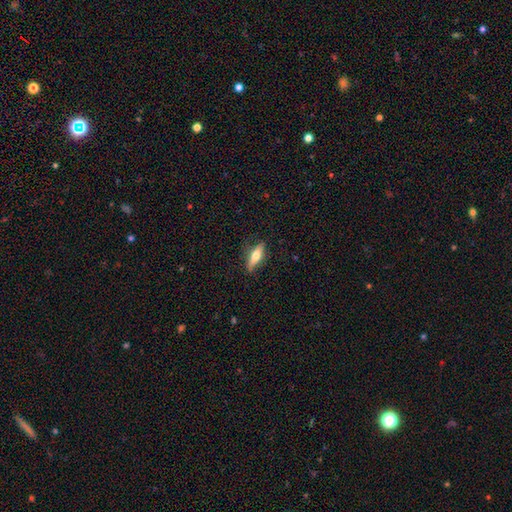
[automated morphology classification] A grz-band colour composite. It shows a smooth galaxy with no disk features (57%) that is cigar-shaped (54%). Merging: none (81%).